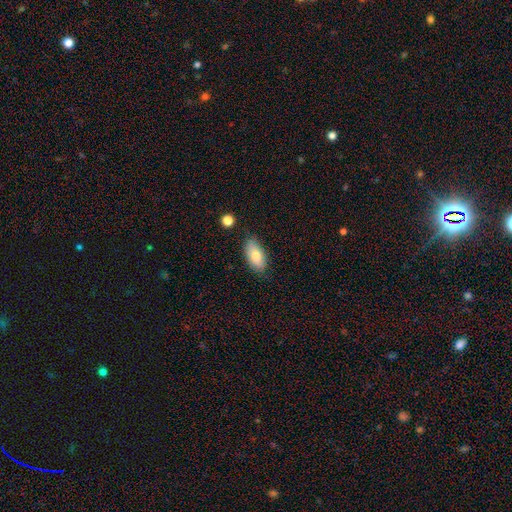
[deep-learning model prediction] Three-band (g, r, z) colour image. It shows a smooth galaxy with no disk features (76%) that is in between round and cigar-shaped (91%). Merging: none (81%).